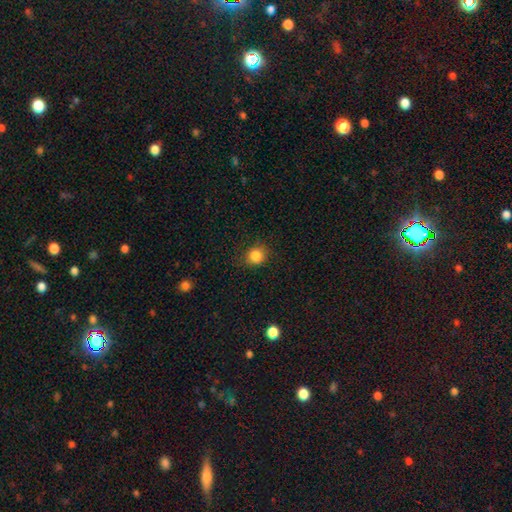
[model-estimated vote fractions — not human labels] smooth-or-featured: smooth: 85% | star or artifact: 11% | featured or disk: 4%
  how-rounded: round: 86% | in between: 13% | cigar-shaped: 1%
  merging: none: 83% | minor disturbance: 12% | major disturbance: 4% | merger: 1%